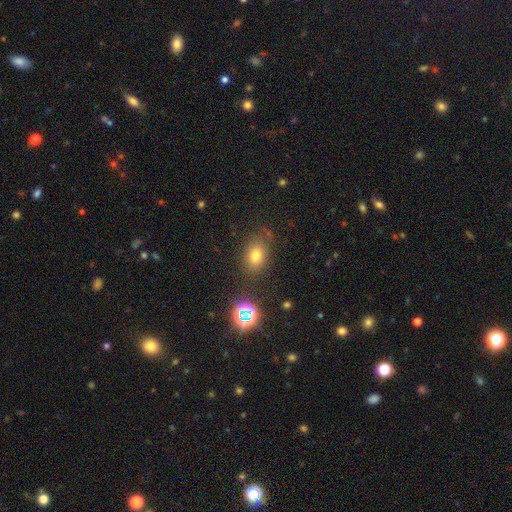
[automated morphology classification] smooth 71%, star or artifact 19%, featured or disk 10%. Down the decision tree: how rounded — in between (68%); merging — none (78%).